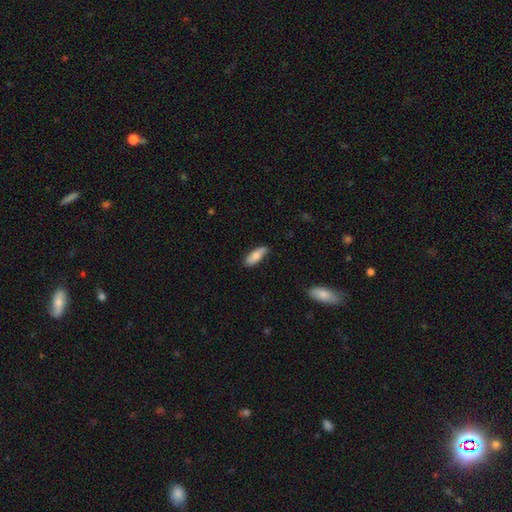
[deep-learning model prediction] smooth 71%, featured or disk 23%, star or artifact 6%. Down the decision tree: how rounded — in between (68%); merging — none (72%).